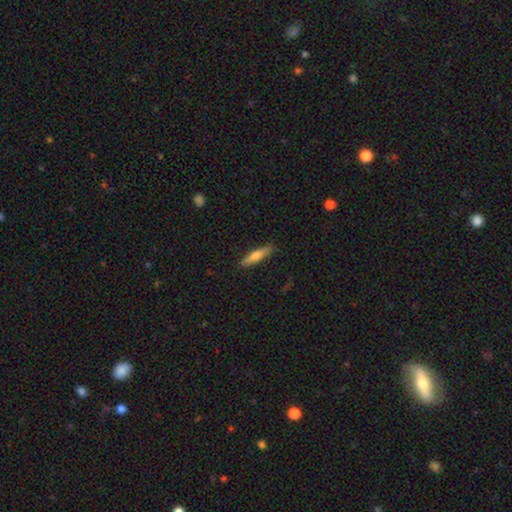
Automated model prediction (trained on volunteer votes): A smooth galaxy with no disk features (65%) that is cigar-shaped (80%). Merging: none (87%).